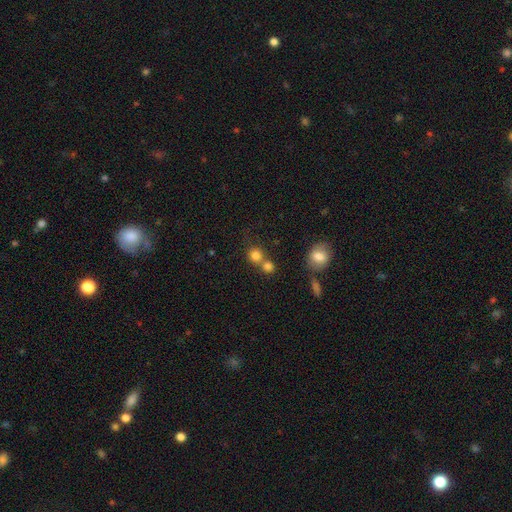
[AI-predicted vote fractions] This is likely a smooth galaxy (79%). How rounded: clearly round (87%). Merging: possibly none (45%, tied with merger).